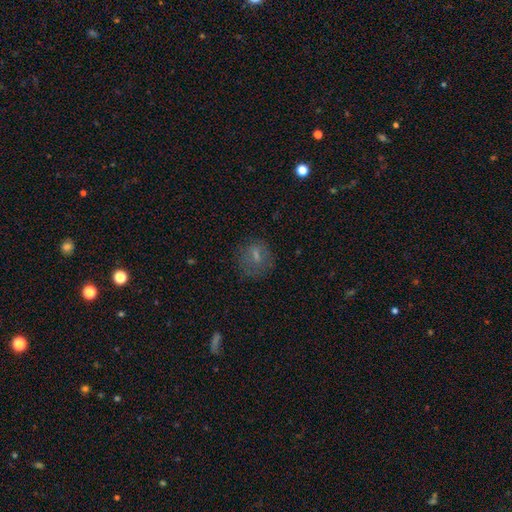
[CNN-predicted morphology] Q: Smooth or featured?
A: smooth (57%); runner-up: featured or disk (26%)
Q: How rounded?
A: round (69%); runner-up: in between (28%)
Q: Merging?
A: none (68%); runner-up: minor disturbance (17%)